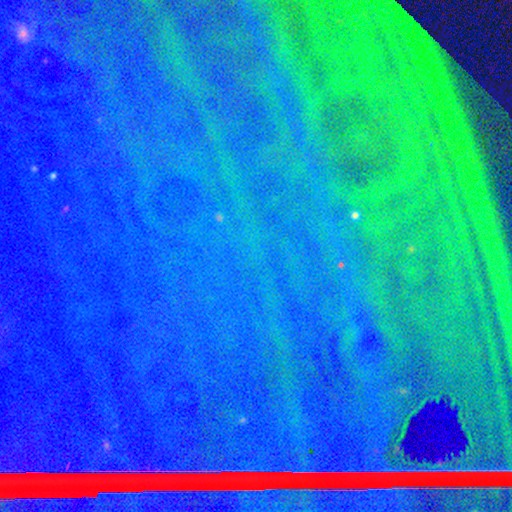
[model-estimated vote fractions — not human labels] Overall: star or artifact (85%).